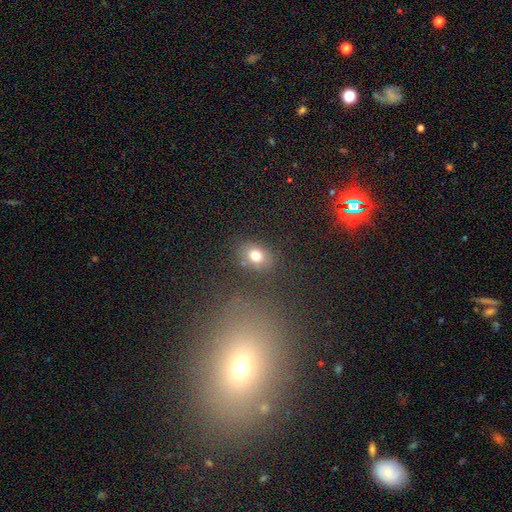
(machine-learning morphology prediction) Q: Smooth or featured?
A: smooth (77%); runner-up: star or artifact (12%)
Q: How rounded?
A: in between (60%); runner-up: round (39%)
Q: Merging?
A: none (78%); runner-up: minor disturbance (12%)